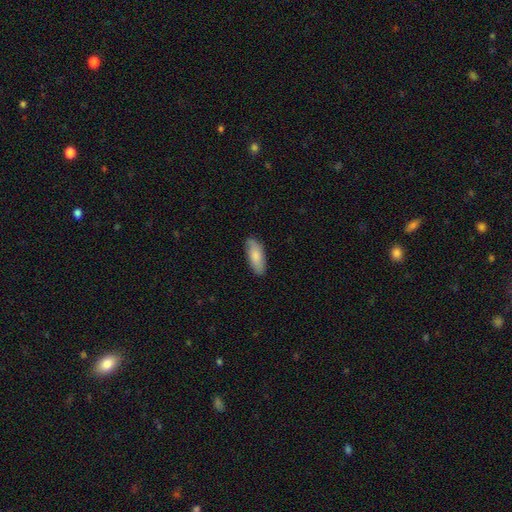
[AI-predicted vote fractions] Morphology: type=smooth (82%); roundness=in between (76%); merging=none (84%).